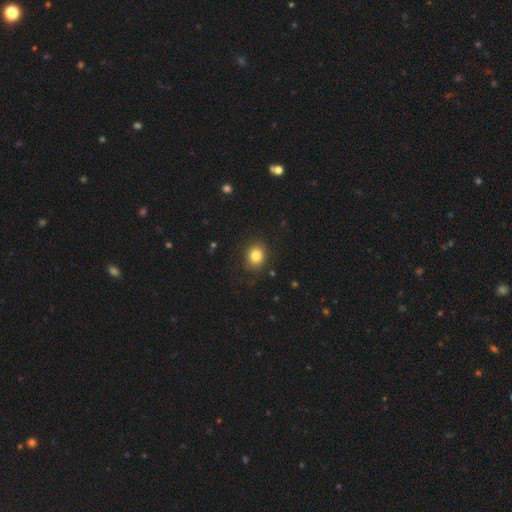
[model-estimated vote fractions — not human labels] smooth 83%, star or artifact 10%, featured or disk 7%. Down the decision tree: how rounded — round (63%); merging — none (85%).